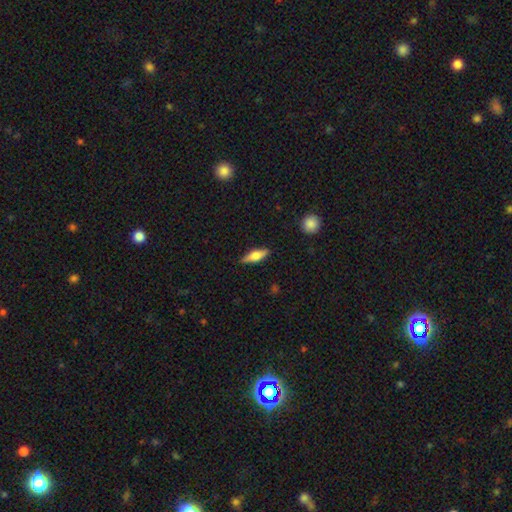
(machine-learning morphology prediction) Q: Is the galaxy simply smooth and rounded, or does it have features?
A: smooth — 52%.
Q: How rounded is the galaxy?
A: in between — 50%.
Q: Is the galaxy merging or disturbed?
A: none — 86%.